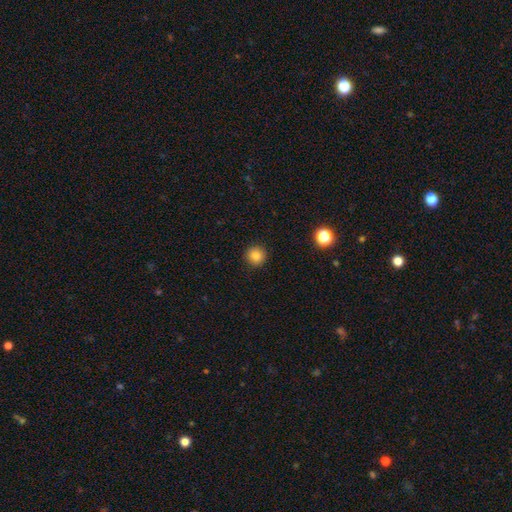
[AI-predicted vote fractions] Morphology: type=smooth (83%); roundness=round (95%); merging=none (92%).